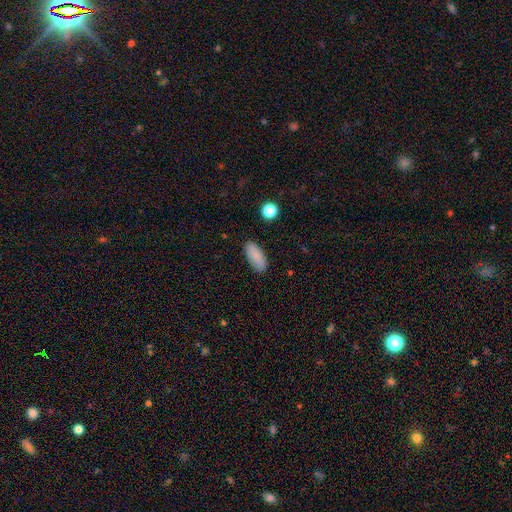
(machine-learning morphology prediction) smooth_or_featured: smooth (p=0.88) [alt: star or artifact p=0.08]
how_rounded: in between (p=0.82) [alt: cigar-shaped p=0.16]
merging: none (p=0.87) [alt: minor disturbance p=0.09]